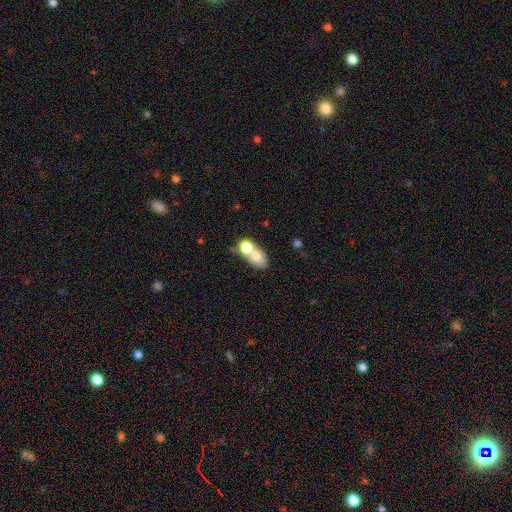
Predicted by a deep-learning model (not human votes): Smooth or featured: smooth — 71% (featured or disk — 21%)
How rounded: in between — 67% (round — 30%)
Merging: merger — 66% (none — 23%)